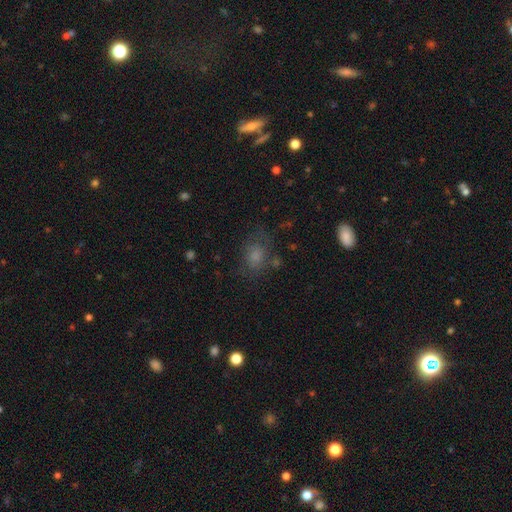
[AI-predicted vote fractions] A smooth galaxy with no disk features (66%) that is in between round and cigar-shaped (60%). Merging: none (60%).